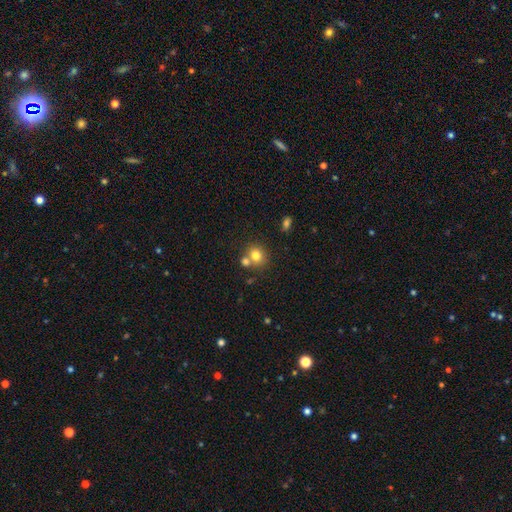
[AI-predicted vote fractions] smooth-or-featured: smooth: 78% | star or artifact: 12% | featured or disk: 11%
  how-rounded: round: 79% | in between: 20% | cigar-shaped: 1%
  merging: none: 56% | merger: 32% | minor disturbance: 9% | major disturbance: 3%